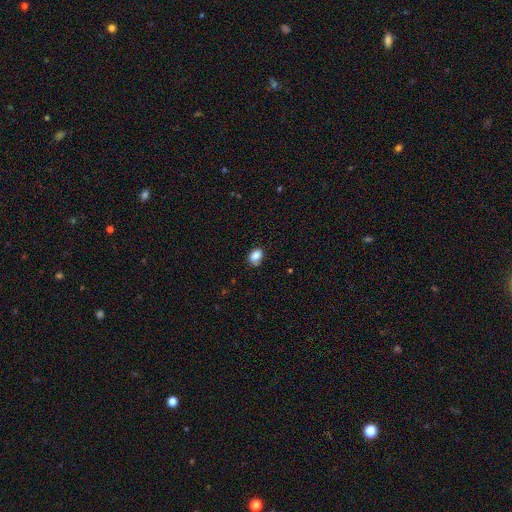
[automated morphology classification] The model was most divided on "merging": none: 66%, minor disturbance: 25%, major disturbance: 5%, merger: 3%. More confident: smooth or featured — smooth (85%); how rounded — in between (76%).